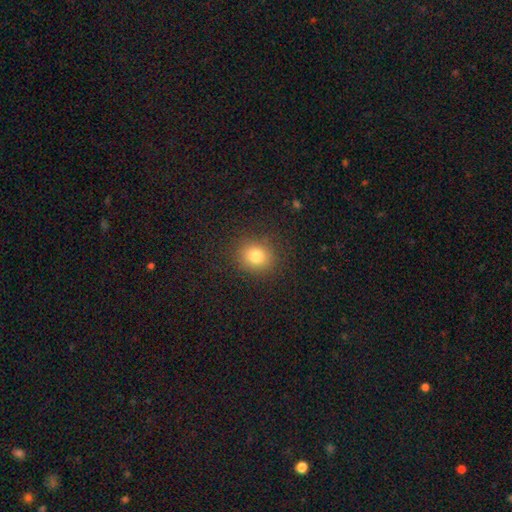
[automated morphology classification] The model was most divided on "how rounded": round: 78%, in between: 21%, cigar-shaped: 1%. More confident: merging — none (87%); smooth or featured — smooth (79%).